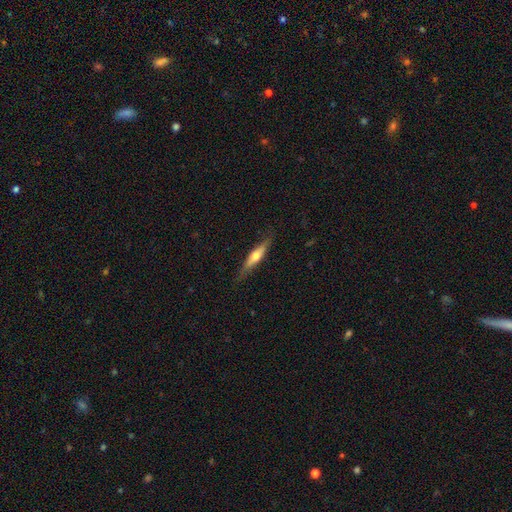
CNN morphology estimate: featured or disk 51%, smooth 43%, star or artifact 5%. Down the decision tree: edge-on disk — yes (92%); merging — none (81%).